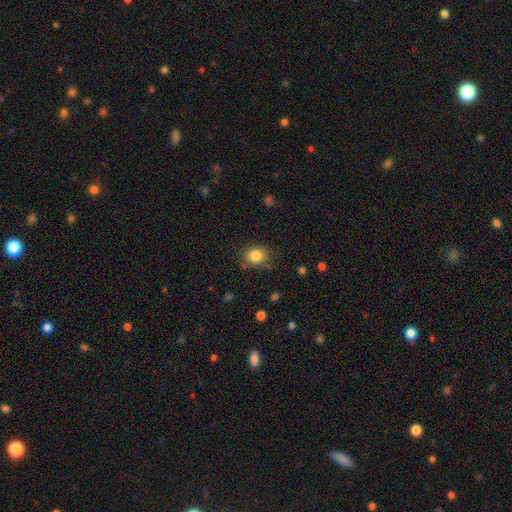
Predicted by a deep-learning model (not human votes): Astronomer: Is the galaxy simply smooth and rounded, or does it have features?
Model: smooth — 84%.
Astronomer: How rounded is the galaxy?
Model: round — 67%.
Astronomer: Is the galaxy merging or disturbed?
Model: none — 81%.